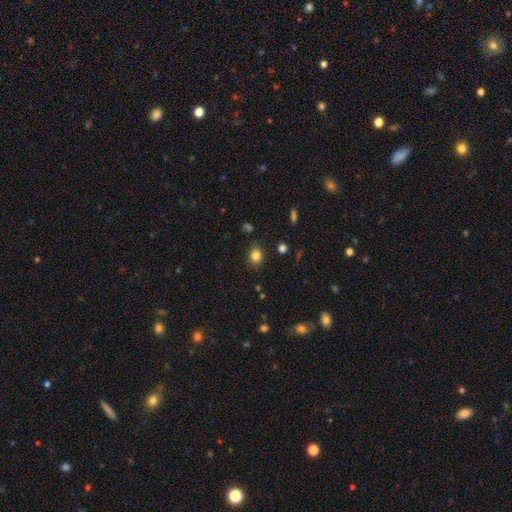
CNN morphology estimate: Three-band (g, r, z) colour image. It shows a smooth galaxy with no disk features (83%) that is round (57%). Merging: none (84%).